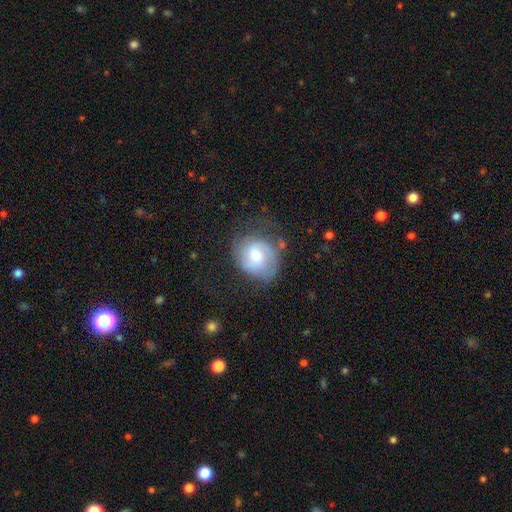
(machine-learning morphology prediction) Smooth or featured? Predicted: featured or disk (p=0.58). Edge-on disk? Predicted: no (p=0.97). Bar? Predicted: weak (p=0.47). Spiral arms? Predicted: yes (p=0.84). Bulge size? Predicted: moderate (p=0.68). Merging? Predicted: none (p=0.60).